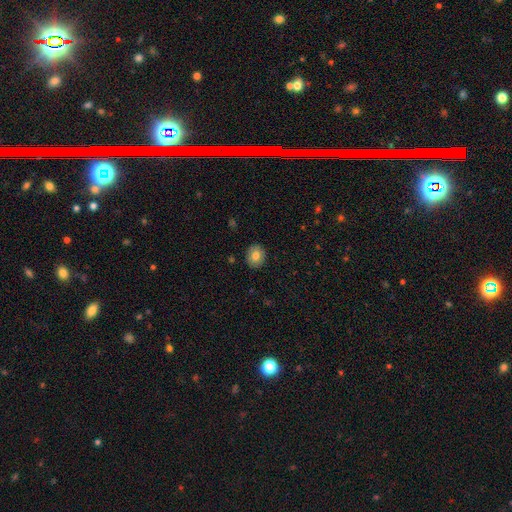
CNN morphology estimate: Smooth or featured: smooth — 78% (featured or disk — 13%)
How rounded: round — 73% (in between — 26%)
Merging: none — 90% (minor disturbance — 8%)